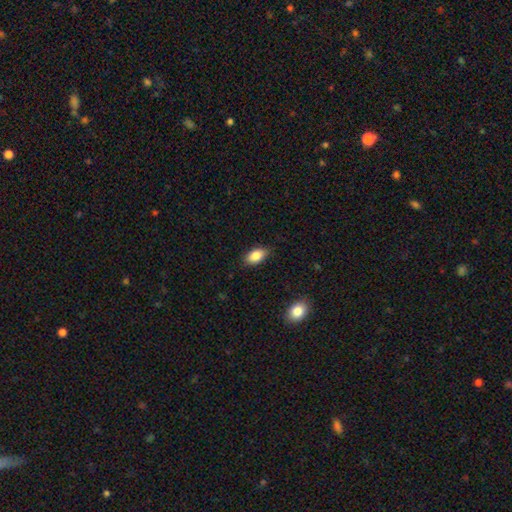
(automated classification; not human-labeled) The model was most divided on "merging": none: 85%, minor disturbance: 11%, major disturbance: 2%, merger: 1%. More confident: how rounded — in between (91%); smooth or featured — smooth (85%).